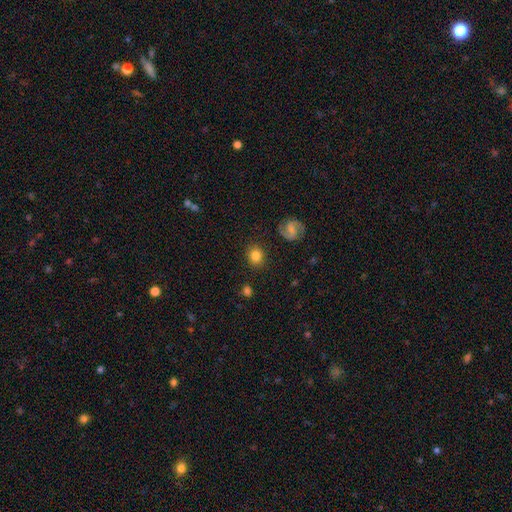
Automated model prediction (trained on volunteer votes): Smooth or featured? smooth (79%)
How rounded? round (76%)
Merging? none (86%)